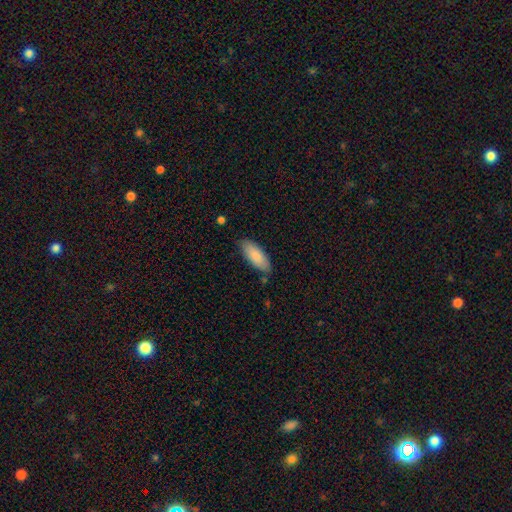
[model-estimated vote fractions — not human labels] Morphology: type=smooth (84%); roundness=in between (80%); merging=none (78%).